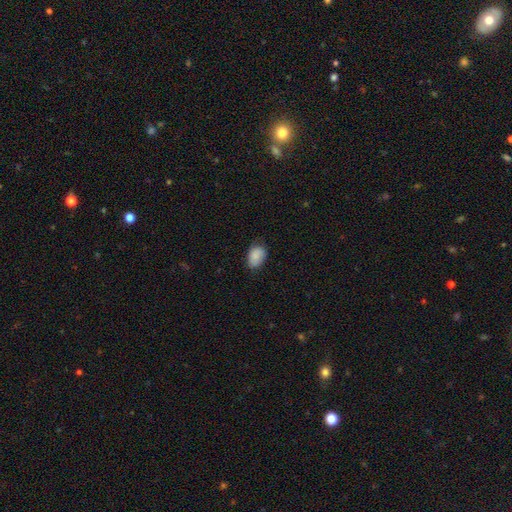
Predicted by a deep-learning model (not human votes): Smooth or featured? Predicted: smooth (p=0.87). How rounded? Predicted: in between (p=0.83). Merging? Predicted: none (p=0.69).